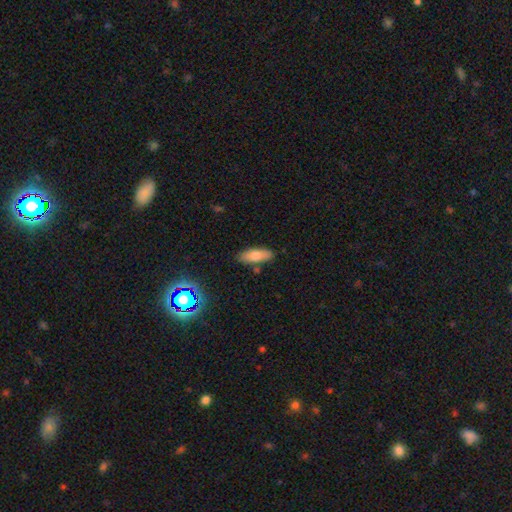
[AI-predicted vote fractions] This appears to be a smooth galaxy with no disk features (75%) that is in between round and cigar-shaped (66%). Merging: none (81%).